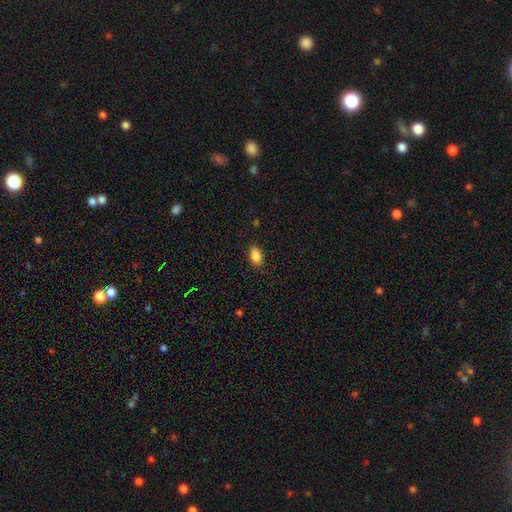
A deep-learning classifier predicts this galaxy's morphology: smooth_or_featured: smooth (p=0.87) [alt: star or artifact p=0.08]
how_rounded: in between (p=0.90) [alt: round p=0.07]
merging: none (p=0.85) [alt: minor disturbance p=0.12]